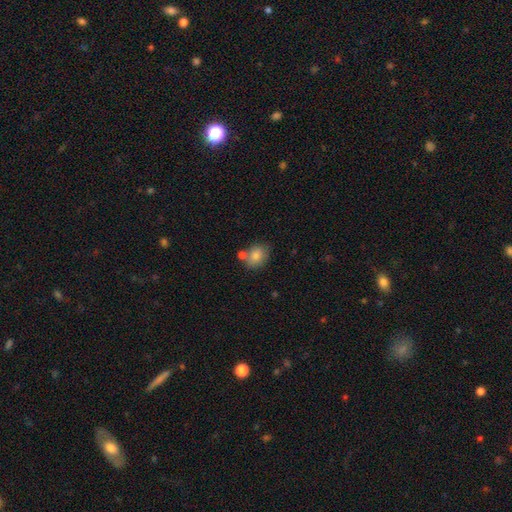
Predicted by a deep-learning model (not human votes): smooth 82%, featured or disk 9%, star or artifact 9%. Down the decision tree: how rounded — round (55%); merging — none (60%).